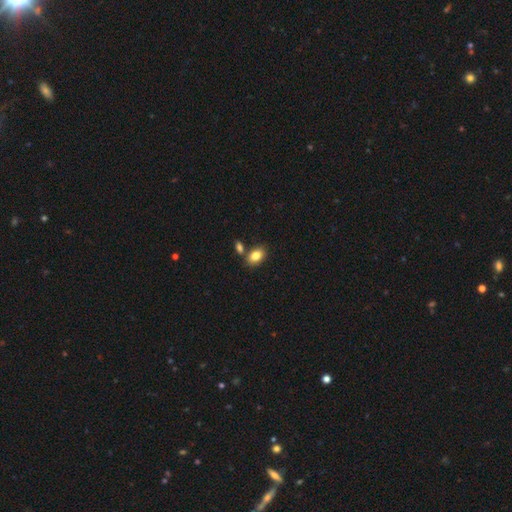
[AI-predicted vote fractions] This is clearly a smooth galaxy (84%). How rounded: clearly in between (85%). Merging: likely none (69%).